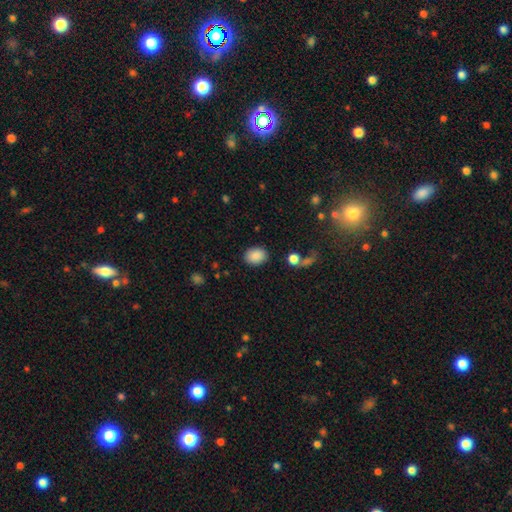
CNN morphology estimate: Smooth or featured?
  - smooth: 88% *
  - star or artifact: 8%
  - featured or disk: 4%
How rounded?
  - in between: 69% *
  - round: 30%
  - cigar-shaped: 1%
Merging?
  - none: 86% *
  - minor disturbance: 9%
  - major disturbance: 3%
  - merger: 2%